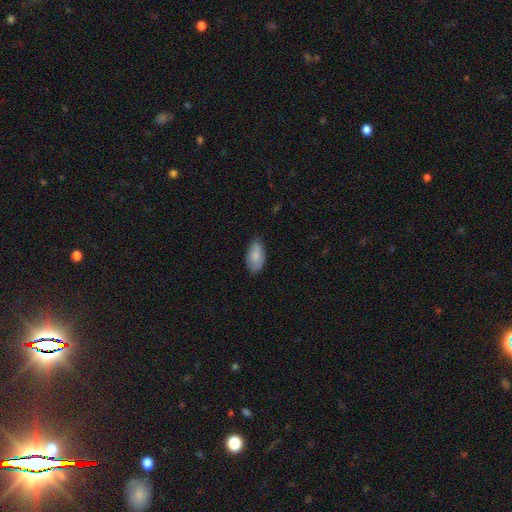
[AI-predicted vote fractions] smooth 81%, featured or disk 13%, star or artifact 6%. Down the decision tree: how rounded — in between (93%); merging — none (74%).